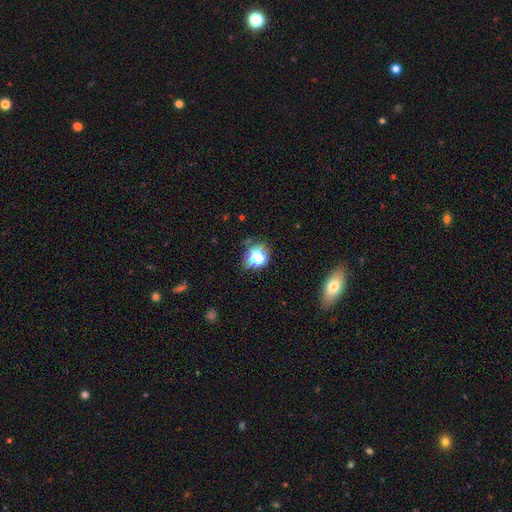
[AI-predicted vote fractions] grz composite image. It shows a smooth galaxy with no disk features (70%) that is round (71%). Merging: none (70%).